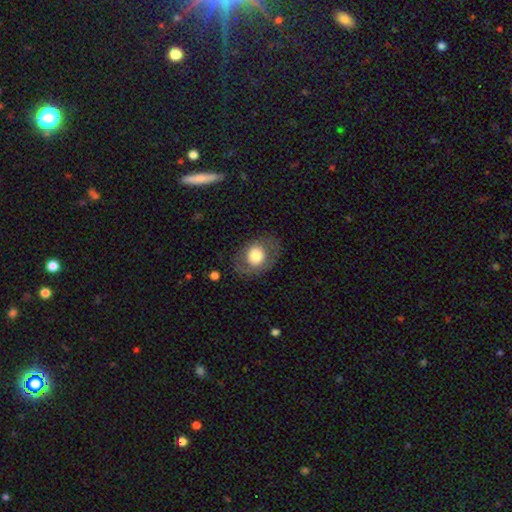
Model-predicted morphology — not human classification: type=smooth (66%); roundness=in between (50%); merging=none (75%).